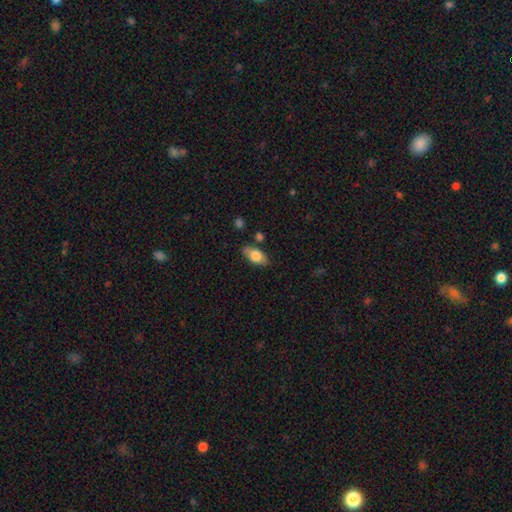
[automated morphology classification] smooth_or_featured: smooth (p=0.74) [alt: featured or disk p=0.19]
how_rounded: in between (p=0.88) [alt: cigar-shaped p=0.08]
merging: none (p=0.80) [alt: minor disturbance p=0.13]